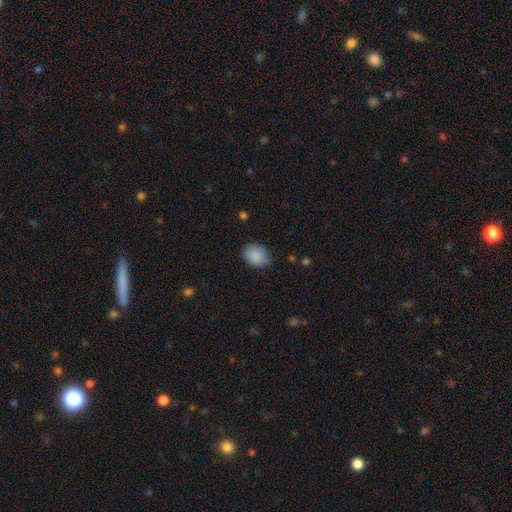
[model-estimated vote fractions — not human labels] A smooth galaxy with no disk features (88%) that is in between round and cigar-shaped (63%).

Vote fractions:
- Smooth or featured? smooth: 88% / star or artifact: 7% / featured or disk: 5%
- How rounded? in between: 63% / round: 36% / cigar-shaped: 1%
- Merging? none: 76% / minor disturbance: 19% / major disturbance: 4% / merger: 1%